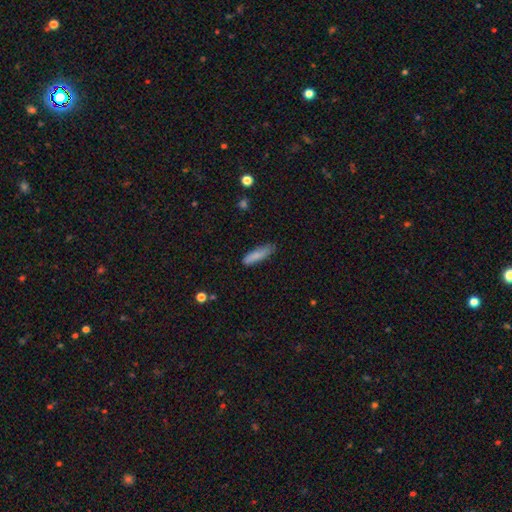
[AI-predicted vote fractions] Morphology: type=smooth (84%); roundness=cigar-shaped (67%); merging=none (72%).